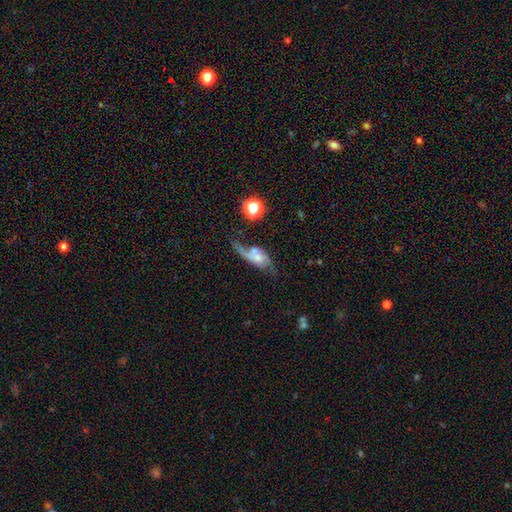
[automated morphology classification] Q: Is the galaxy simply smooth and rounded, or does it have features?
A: featured or disk — 59%.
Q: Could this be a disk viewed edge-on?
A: no — 90%.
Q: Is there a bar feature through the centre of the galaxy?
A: no — 71%.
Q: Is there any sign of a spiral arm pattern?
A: yes — 76%.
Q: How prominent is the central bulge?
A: small — 41%.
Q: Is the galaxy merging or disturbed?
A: merger — 30%.